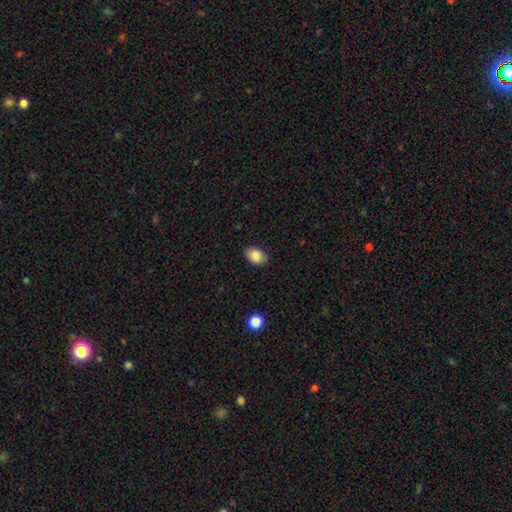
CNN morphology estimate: Q: Smooth or featured?
A: smooth (87%); runner-up: star or artifact (8%)
Q: How rounded?
A: in between (82%); runner-up: round (17%)
Q: Merging?
A: none (82%); runner-up: minor disturbance (14%)